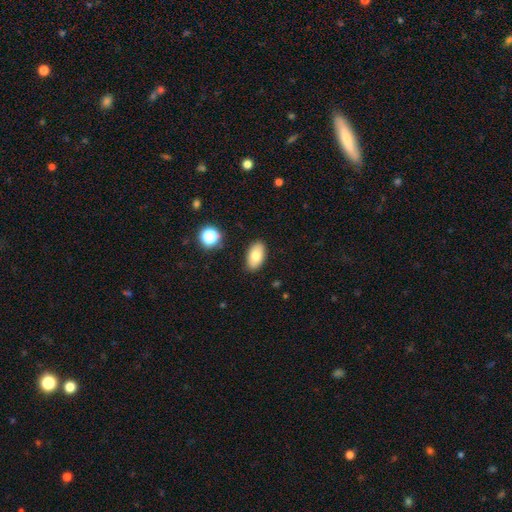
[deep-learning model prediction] Smooth or featured? smooth (77%)
How rounded? in between (92%)
Merging? none (87%)